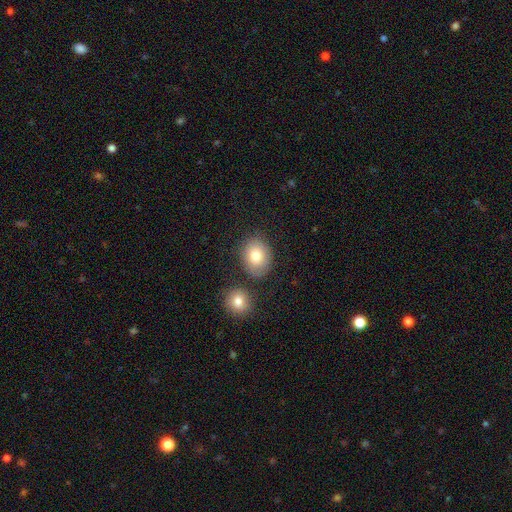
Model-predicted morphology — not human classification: Smooth or featured? Predicted: smooth (p=0.80). How rounded? Predicted: round (p=0.50). Merging? Predicted: none (p=0.73).